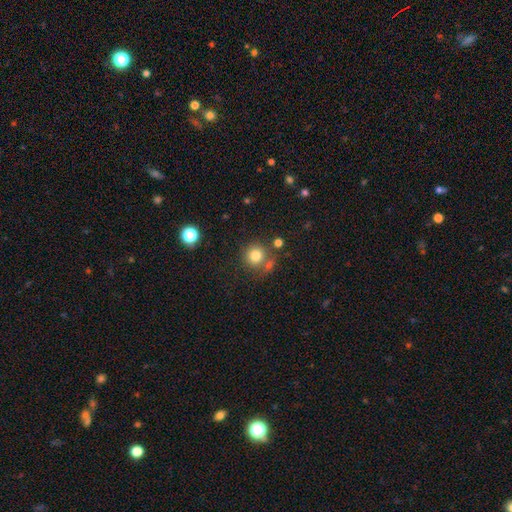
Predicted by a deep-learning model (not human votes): The model was most divided on "merging": none: 70%, merger: 14%, minor disturbance: 11%, major disturbance: 5%. More confident: how rounded — round (92%); smooth or featured — smooth (80%).